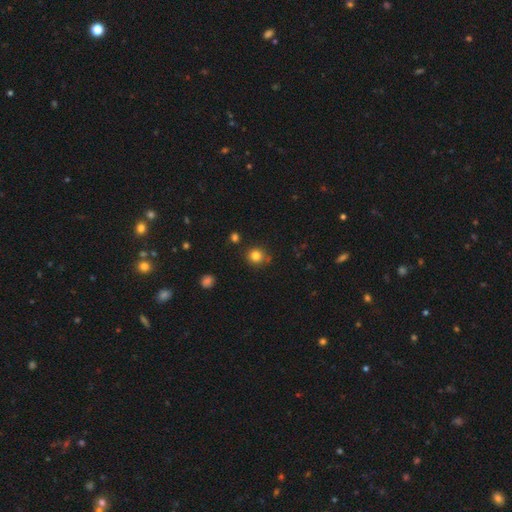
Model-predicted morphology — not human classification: The model was most divided on "merging": none: 80%, minor disturbance: 13%, merger: 4%, major disturbance: 3%. More confident: how rounded — round (88%); smooth or featured — smooth (82%).